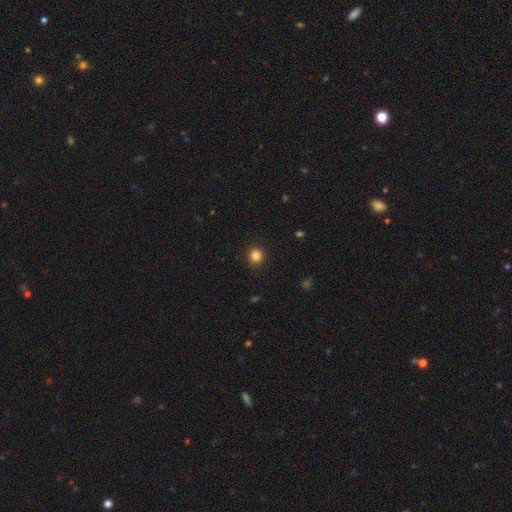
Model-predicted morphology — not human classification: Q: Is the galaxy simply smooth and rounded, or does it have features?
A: smooth — 85%.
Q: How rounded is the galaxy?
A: round — 85%.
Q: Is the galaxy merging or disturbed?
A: none — 90%.